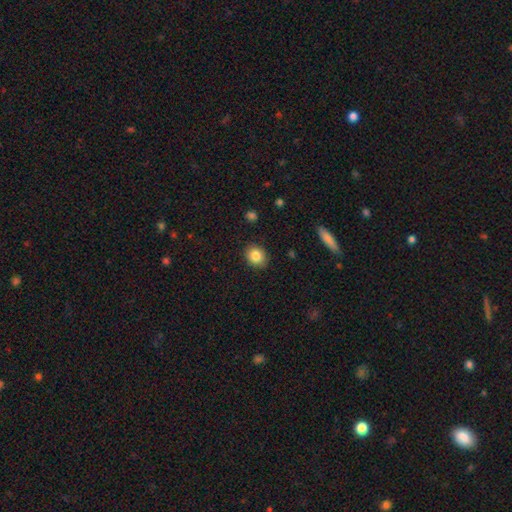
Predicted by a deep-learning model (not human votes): Smooth or featured?
  - smooth: 84% *
  - star or artifact: 9%
  - featured or disk: 7%
How rounded?
  - round: 61% *
  - in between: 38%
  - cigar-shaped: 1%
Merging?
  - none: 89% *
  - minor disturbance: 8%
  - major disturbance: 2%
  - merger: 1%